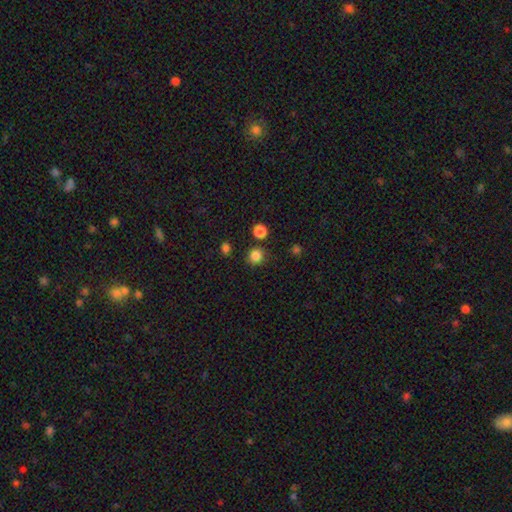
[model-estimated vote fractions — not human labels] smooth-or-featured: smooth: 83% | star or artifact: 13% | featured or disk: 4%
  how-rounded: round: 91% | in between: 8% | cigar-shaped: 1%
  merging: none: 83% | minor disturbance: 9% | merger: 5% | major disturbance: 3%